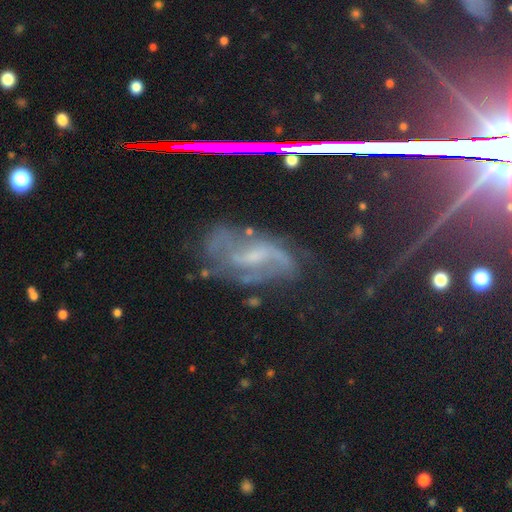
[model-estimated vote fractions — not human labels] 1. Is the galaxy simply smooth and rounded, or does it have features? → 72% featured or disk, 18% star or artifact, 11% smooth.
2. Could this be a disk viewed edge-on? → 94% no, 6% yes.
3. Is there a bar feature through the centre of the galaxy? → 45% weak, 37% no, 18% strong.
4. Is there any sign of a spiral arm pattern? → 90% yes, 10% no.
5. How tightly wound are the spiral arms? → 43% medium, 35% loose, 22% tight.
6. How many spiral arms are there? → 62% 2, 19% can't tell, 8% 3, 5% 1, 3% 4, 3% more than 4.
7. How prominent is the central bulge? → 54% small, 22% moderate, 21% none, 2% large, 1% dominant.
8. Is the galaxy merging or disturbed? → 60% none, 21% minor disturbance, 15% major disturbance, 4% merger.